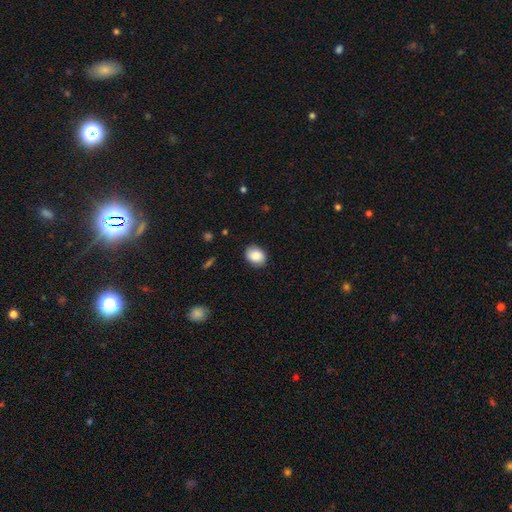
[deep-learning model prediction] Overall: smooth (87%). How rounded: in between (60%; round 39%). Merging: none (85%).